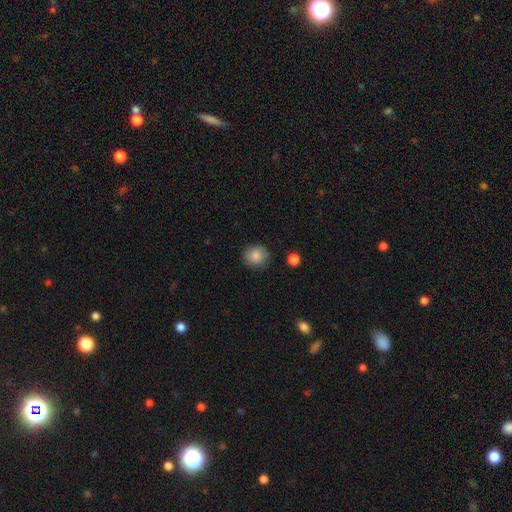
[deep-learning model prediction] smooth-or-featured: smooth: 86% | star or artifact: 8% | featured or disk: 5%
  how-rounded: round: 82% | in between: 17% | cigar-shaped: 1%
  merging: none: 87% | minor disturbance: 9% | major disturbance: 2% | merger: 2%